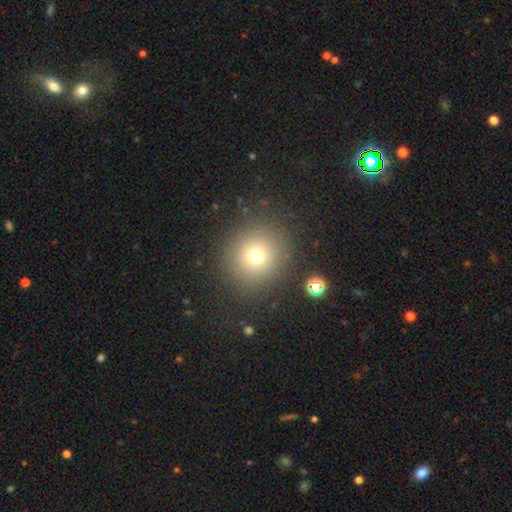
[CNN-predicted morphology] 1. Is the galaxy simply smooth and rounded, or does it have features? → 71% smooth, 18% star or artifact, 11% featured or disk.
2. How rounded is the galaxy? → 92% round, 8% in between, 1% cigar-shaped.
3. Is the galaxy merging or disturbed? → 87% none, 7% minor disturbance, 4% major disturbance, 2% merger.